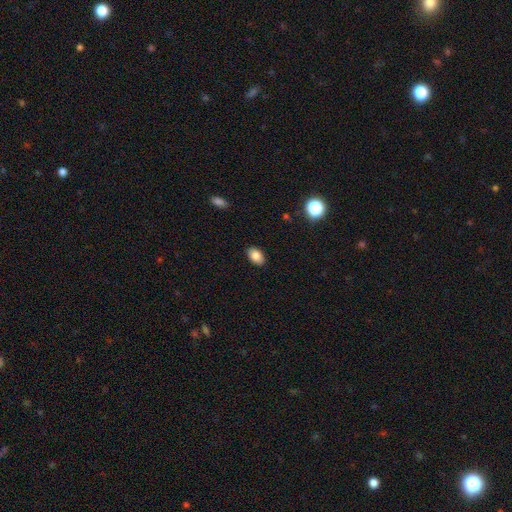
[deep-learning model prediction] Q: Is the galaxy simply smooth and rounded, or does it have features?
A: smooth — 84%.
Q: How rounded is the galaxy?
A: in between — 88%.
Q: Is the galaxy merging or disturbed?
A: none — 89%.